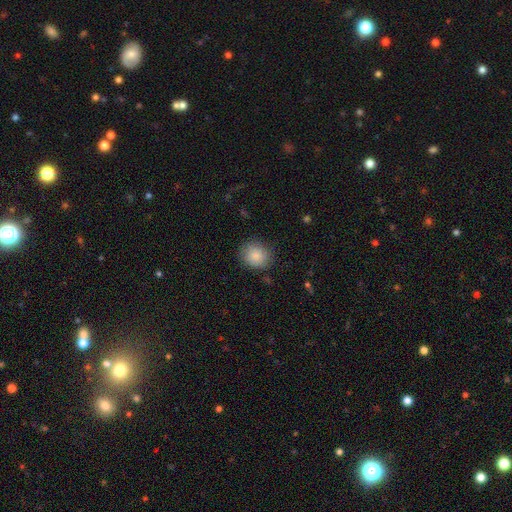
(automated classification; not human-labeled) Smooth or featured?
  - smooth: 87% *
  - star or artifact: 8%
  - featured or disk: 5%
How rounded?
  - round: 79% *
  - in between: 20%
  - cigar-shaped: 1%
Merging?
  - none: 84% *
  - minor disturbance: 12%
  - major disturbance: 3%
  - merger: 1%